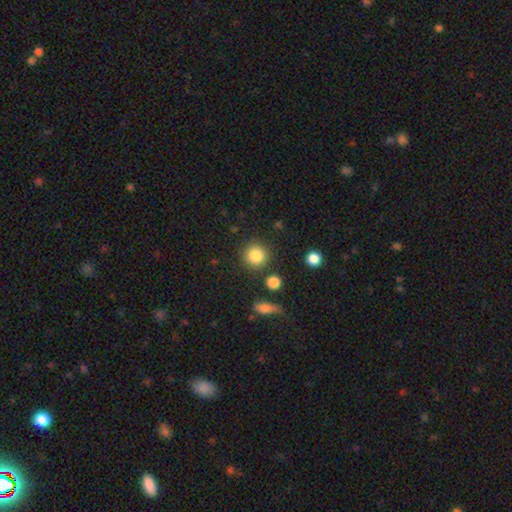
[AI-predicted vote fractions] smooth 84%, star or artifact 10%, featured or disk 6%. Down the decision tree: how rounded — round (92%); merging — none (85%).